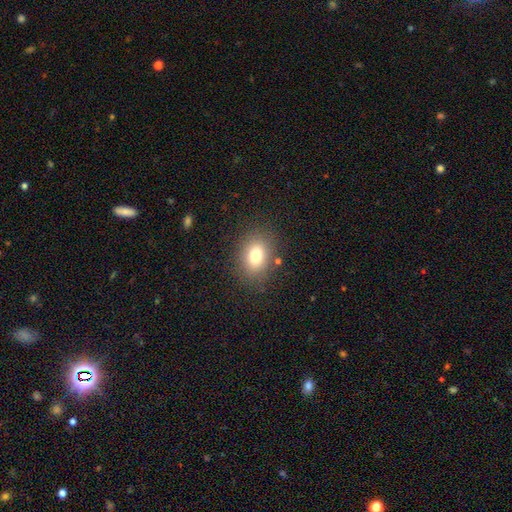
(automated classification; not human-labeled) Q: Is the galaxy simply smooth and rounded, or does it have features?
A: smooth — 77%.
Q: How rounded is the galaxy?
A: in between — 67%.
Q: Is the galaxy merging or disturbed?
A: none — 83%.